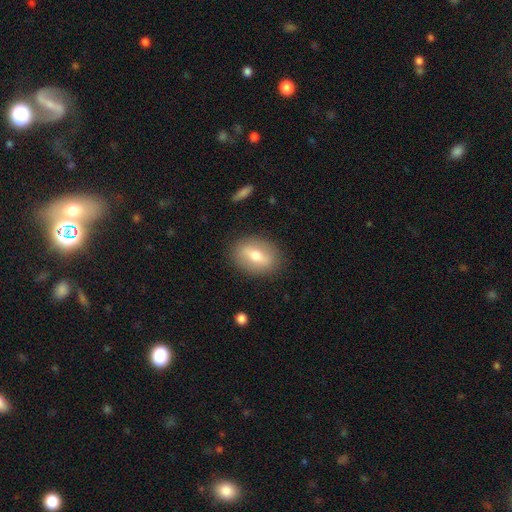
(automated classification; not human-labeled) Smooth or featured?
  - smooth: 55% *
  - featured or disk: 38%
  - star or artifact: 7%
How rounded?
  - in between: 74% *
  - round: 22%
  - cigar-shaped: 4%
Merging?
  - none: 86% *
  - minor disturbance: 10%
  - major disturbance: 3%
  - merger: 1%